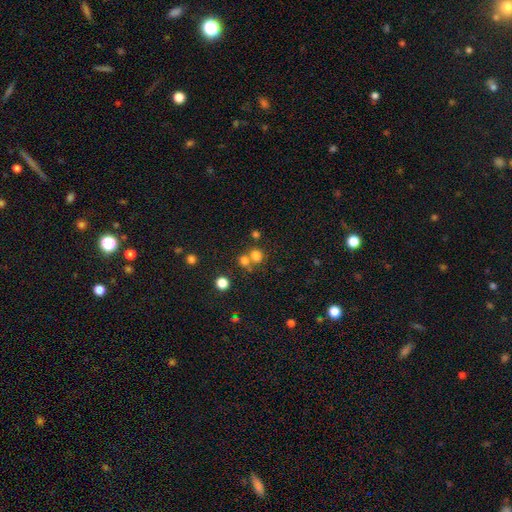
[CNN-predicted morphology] A smooth galaxy with no disk features (74%) that is round (76%).

Vote fractions:
- Smooth or featured? smooth: 74% / star or artifact: 17% / featured or disk: 9%
- How rounded? round: 76% / in between: 23% / cigar-shaped: 1%
- Merging? none: 48% / merger: 41% / minor disturbance: 7% / major disturbance: 4%